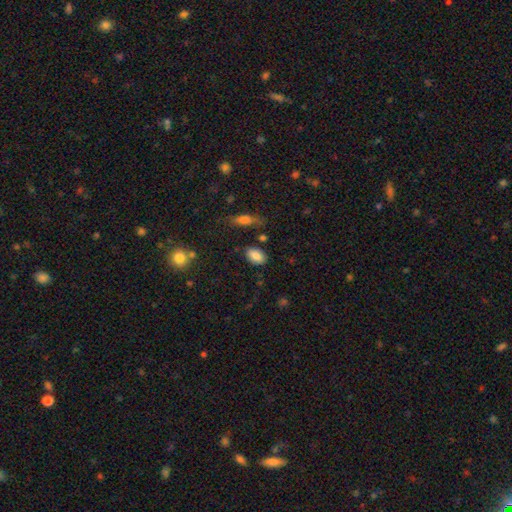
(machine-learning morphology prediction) Smooth or featured? smooth (83%)
How rounded? in between (88%)
Merging? none (78%)